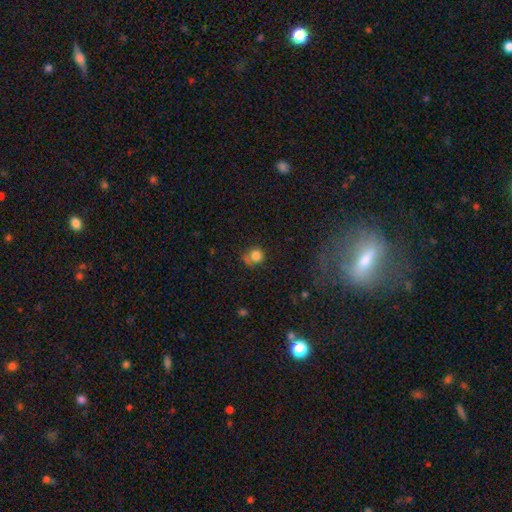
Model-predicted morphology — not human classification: Smooth or featured?
  - smooth: 81% *
  - star or artifact: 11%
  - featured or disk: 8%
How rounded?
  - round: 81% *
  - in between: 18%
  - cigar-shaped: 1%
Merging?
  - none: 54% *
  - minor disturbance: 27%
  - major disturbance: 12%
  - merger: 7%